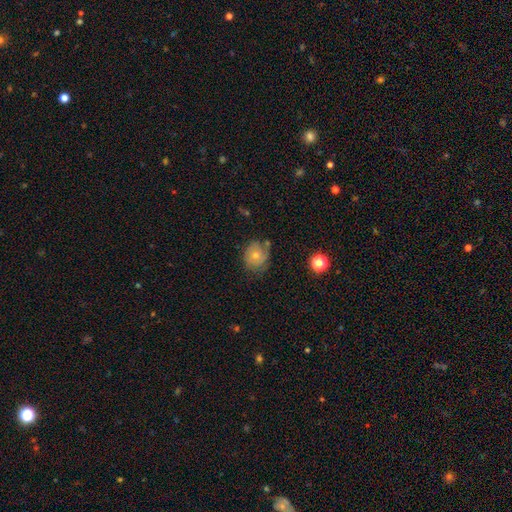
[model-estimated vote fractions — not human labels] Overall: smooth (52%; featured or disk 38%). How rounded: round (72%). Merging: none (58%; minor disturbance 27%).